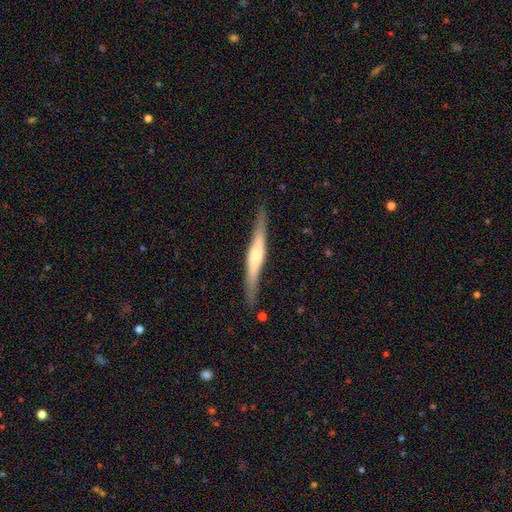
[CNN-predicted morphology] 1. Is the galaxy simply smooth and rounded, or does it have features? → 64% featured or disk, 30% smooth, 6% star or artifact.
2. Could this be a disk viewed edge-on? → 96% yes, 4% no.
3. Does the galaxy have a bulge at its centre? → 54% rounded, 29% boxy, 17% none.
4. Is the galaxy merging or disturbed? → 85% none, 11% minor disturbance, 2% major disturbance, 2% merger.